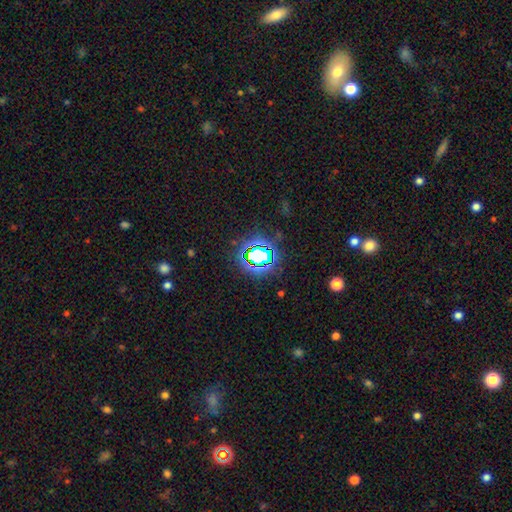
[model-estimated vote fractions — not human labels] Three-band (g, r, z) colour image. It shows a star or artifact, not a galaxy (70%).